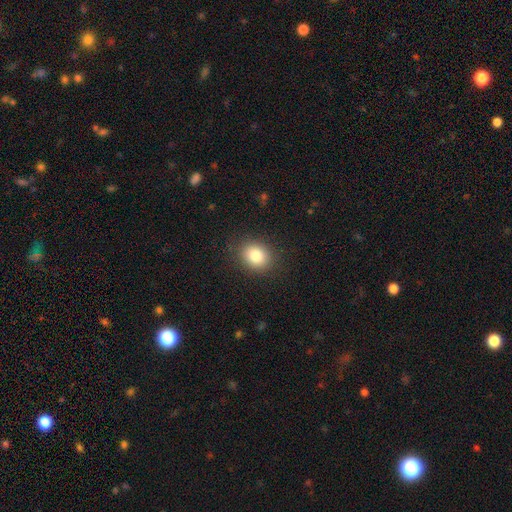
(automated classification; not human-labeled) Overall: smooth (84%). How rounded: round (58%; in between 42%). Merging: none (87%).